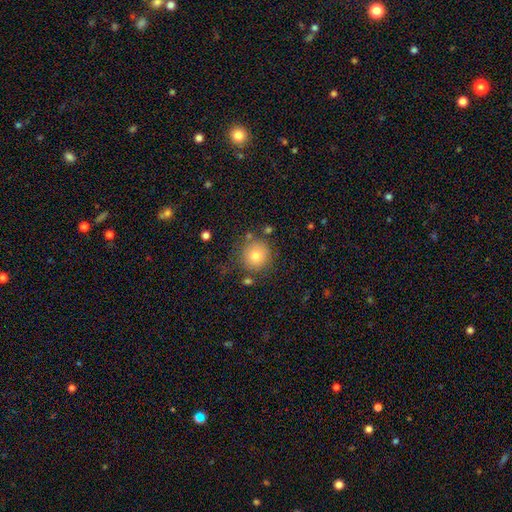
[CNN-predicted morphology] This is likely a smooth galaxy (79%). How rounded: clearly round (92%). Merging: likely none (80%).